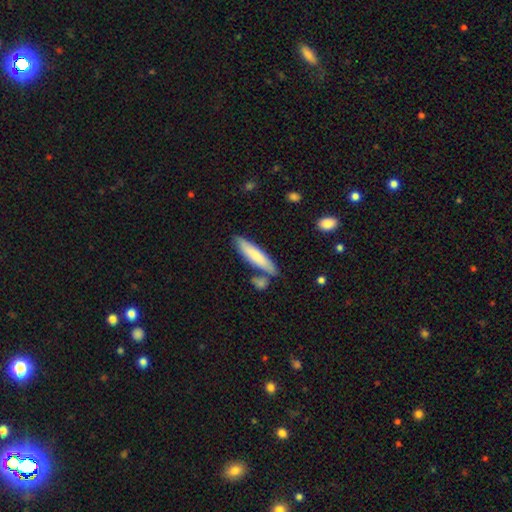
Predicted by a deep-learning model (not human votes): Q: Smooth or featured?
A: smooth (75%); runner-up: featured or disk (20%)
Q: How rounded?
A: cigar-shaped (81%); runner-up: in between (18%)
Q: Merging?
A: none (73%); runner-up: minor disturbance (14%)